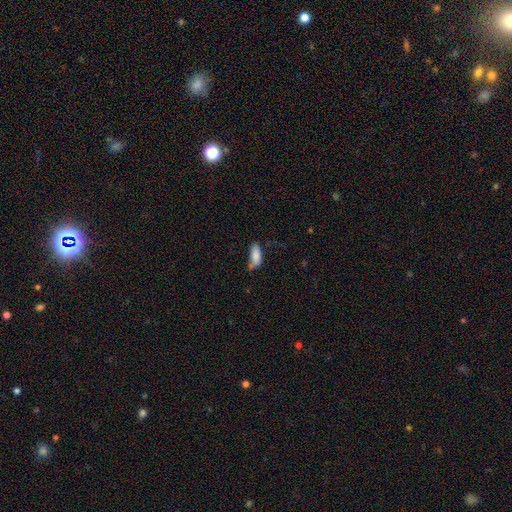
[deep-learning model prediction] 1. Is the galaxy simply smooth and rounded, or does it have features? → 84% smooth, 8% featured or disk, 7% star or artifact.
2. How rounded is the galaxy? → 80% in between, 18% cigar-shaped, 2% round.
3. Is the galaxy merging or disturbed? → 52% none, 29% minor disturbance, 10% merger, 9% major disturbance.